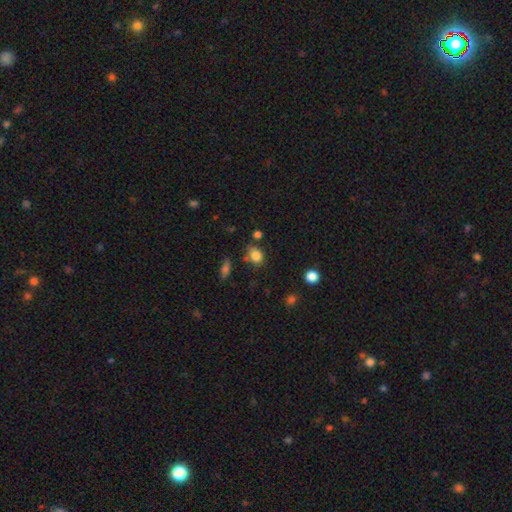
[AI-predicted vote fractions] smooth-or-featured: smooth: 82% | star or artifact: 11% | featured or disk: 7%
  how-rounded: in between: 55% | round: 44% | cigar-shaped: 1%
  merging: none: 61% | minor disturbance: 22% | merger: 10% | major disturbance: 6%